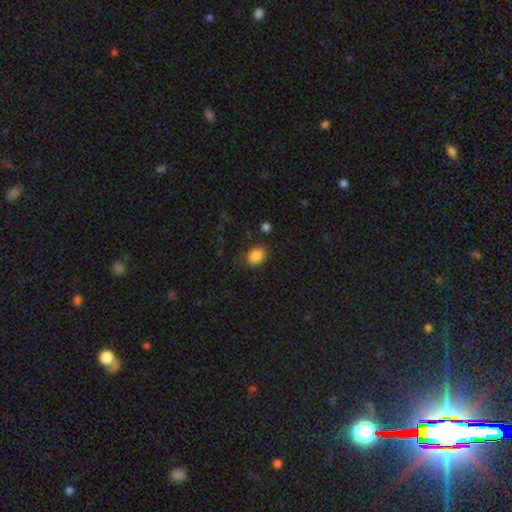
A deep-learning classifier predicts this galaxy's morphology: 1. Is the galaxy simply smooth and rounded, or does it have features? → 86% smooth, 9% star or artifact, 5% featured or disk.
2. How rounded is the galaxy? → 52% in between, 47% round, 1% cigar-shaped.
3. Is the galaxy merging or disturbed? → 75% none, 18% minor disturbance, 5% major disturbance, 2% merger.